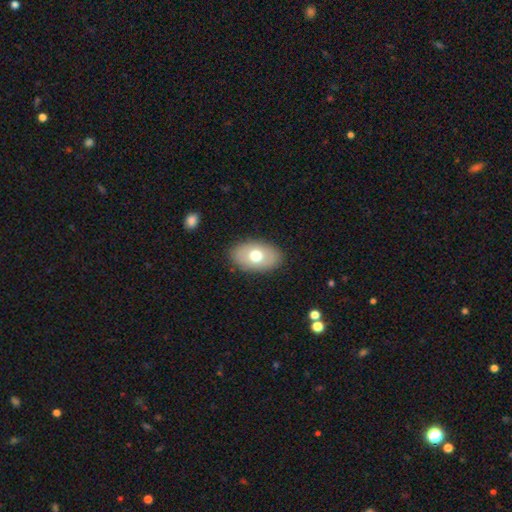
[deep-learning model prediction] This is likely a smooth galaxy (67%). How rounded: clearly in between (88%). Merging: clearly none (86%).